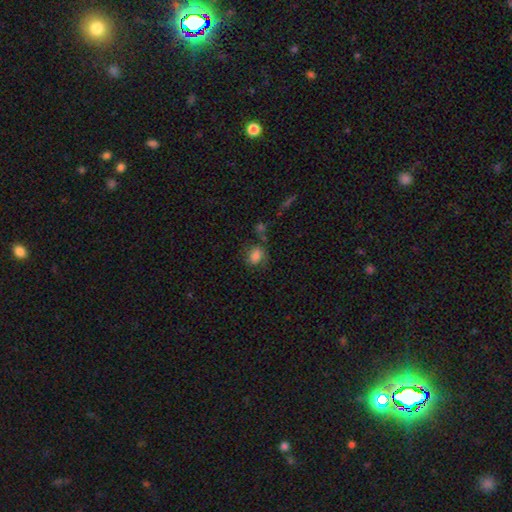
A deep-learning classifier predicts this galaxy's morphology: smooth 80%, star or artifact 10%, featured or disk 10%. Down the decision tree: how rounded — in between (61%); merging — none (58%).